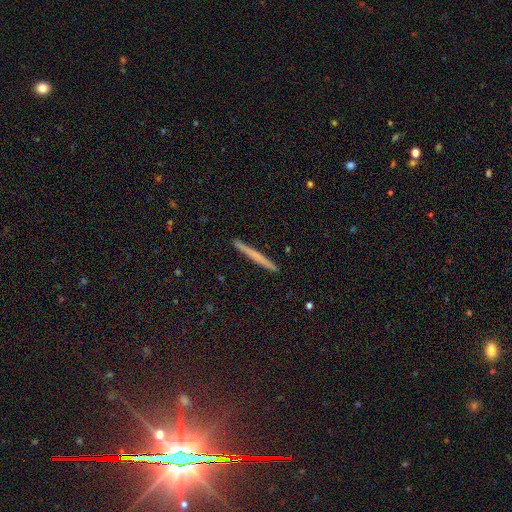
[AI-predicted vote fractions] This appears to be a smooth galaxy with no disk features (57%) that is cigar-shaped (97%). Merging: none (92%).